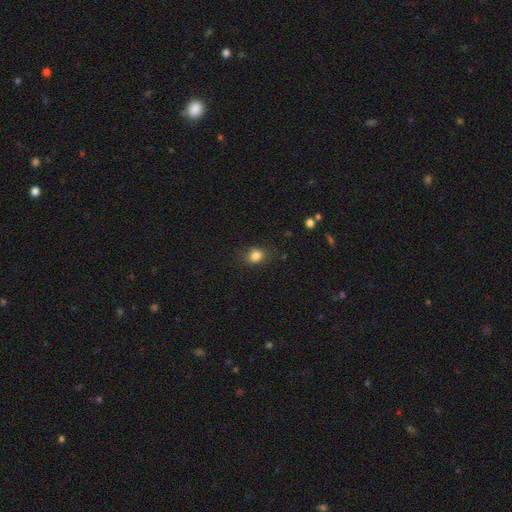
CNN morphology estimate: This is clearly a smooth galaxy (83%). How rounded: possibly round (51%). Merging: clearly none (81%).